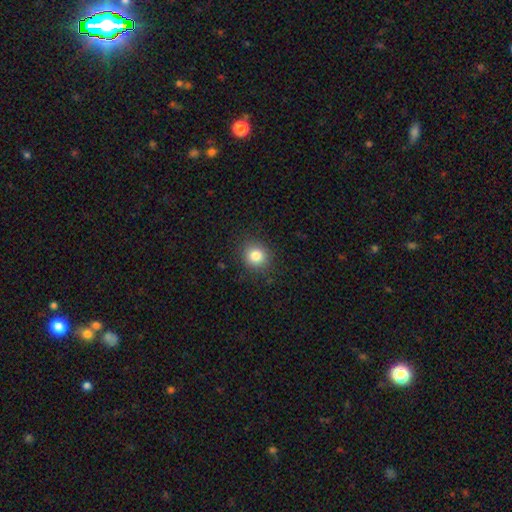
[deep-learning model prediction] Smooth or featured? Predicted: smooth (p=0.82). How rounded? Predicted: round (p=0.84). Merging? Predicted: none (p=0.88).